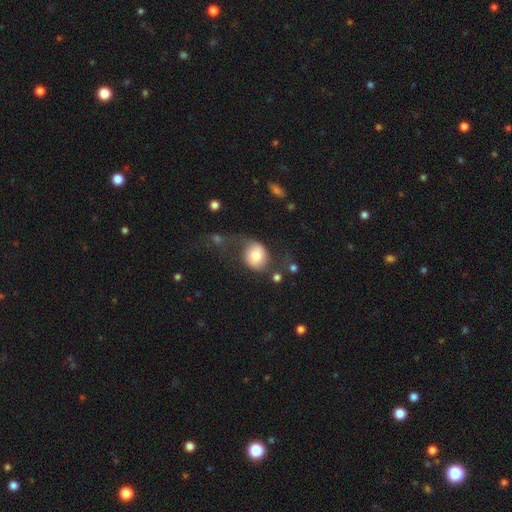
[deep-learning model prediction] smooth_or_featured: smooth (p=0.65) [alt: featured or disk p=0.27]
how_rounded: round (p=0.65) [alt: in between p=0.34]
merging: none (p=0.38) [alt: major disturbance p=0.33]